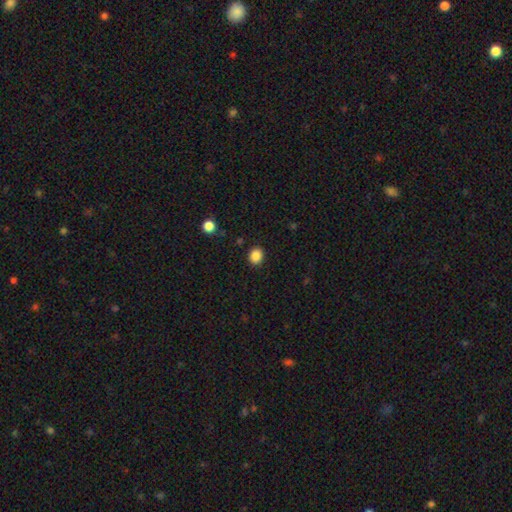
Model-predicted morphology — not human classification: Smooth or featured?
  - smooth: 87% *
  - star or artifact: 10%
  - featured or disk: 3%
How rounded?
  - round: 67% *
  - in between: 32%
  - cigar-shaped: 1%
Merging?
  - none: 90% *
  - minor disturbance: 6%
  - major disturbance: 2%
  - merger: 1%